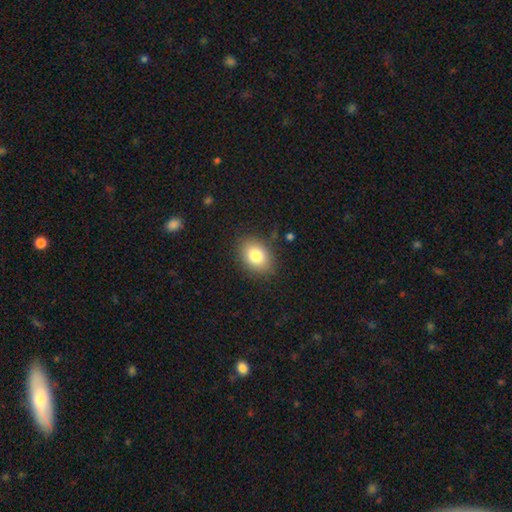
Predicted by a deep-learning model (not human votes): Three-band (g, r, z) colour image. It shows a smooth galaxy with no disk features (82%) that is in between round and cigar-shaped (74%). Merging: none (85%).